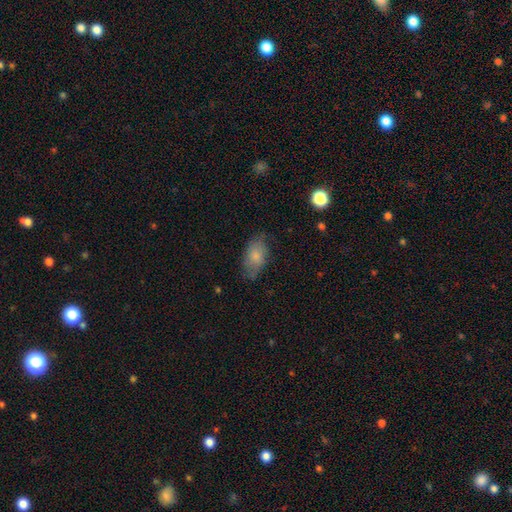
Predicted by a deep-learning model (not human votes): smooth-or-featured: smooth: 77% | featured or disk: 15% | star or artifact: 7%
  how-rounded: in between: 91% | round: 6% | cigar-shaped: 3%
  merging: none: 70% | minor disturbance: 23% | major disturbance: 6% | merger: 1%